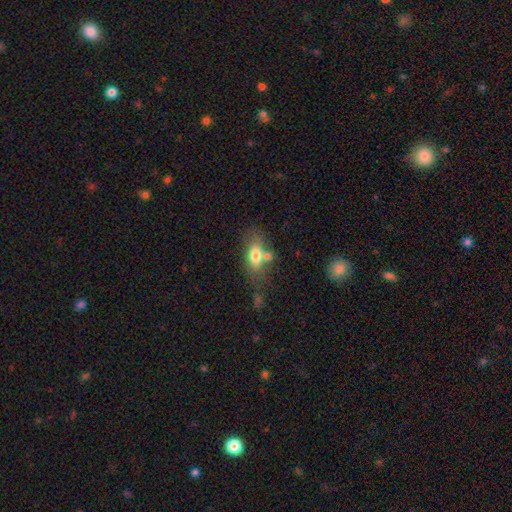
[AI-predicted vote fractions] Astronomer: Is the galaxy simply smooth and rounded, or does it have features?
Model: smooth — 72%.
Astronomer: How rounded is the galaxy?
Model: in between — 79%.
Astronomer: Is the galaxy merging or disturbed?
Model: none — 48% (runner-up: merger, 26%).